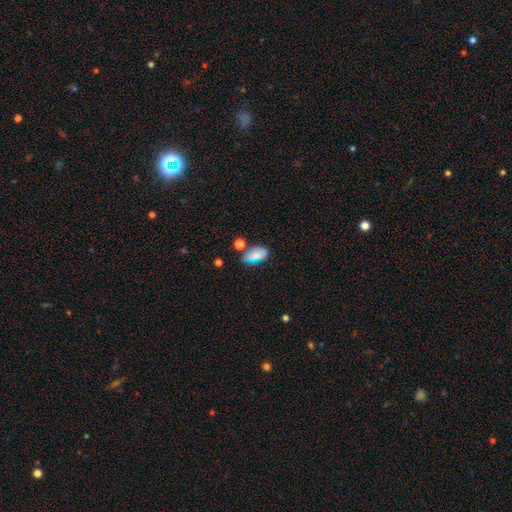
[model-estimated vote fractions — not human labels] This appears to be a smooth galaxy with no disk features (76%) that is in between round and cigar-shaped (87%). Merging: none (53%).